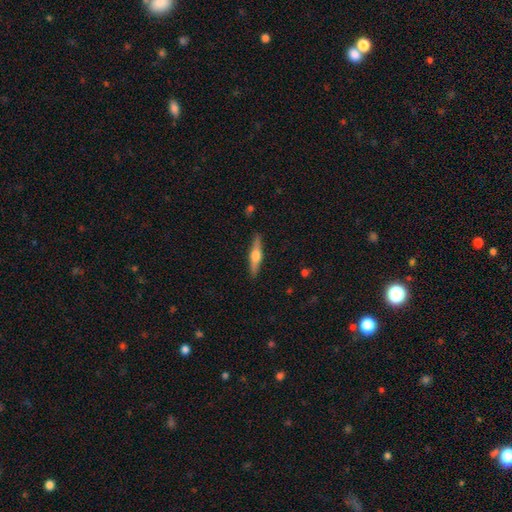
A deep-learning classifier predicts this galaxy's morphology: Smooth or featured? Predicted: featured or disk (p=0.59). Edge-on disk? Predicted: yes (p=0.96). Edge-on bulge? Predicted: rounded (p=0.91). Merging? Predicted: none (p=0.89).